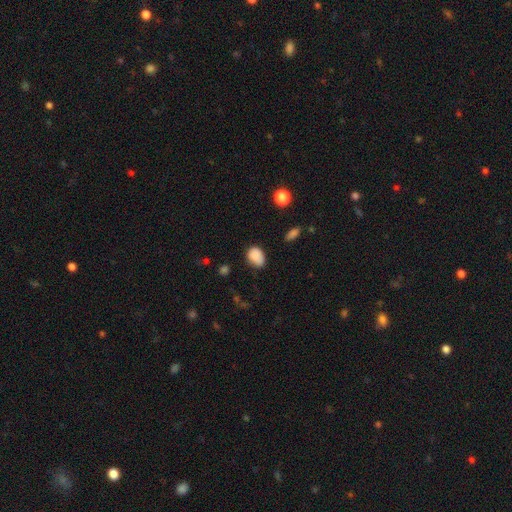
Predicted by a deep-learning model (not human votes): smooth-or-featured: smooth: 86% | star or artifact: 9% | featured or disk: 5%
  how-rounded: in between: 73% | round: 26% | cigar-shaped: 1%
  merging: none: 67% | minor disturbance: 25% | major disturbance: 6% | merger: 2%